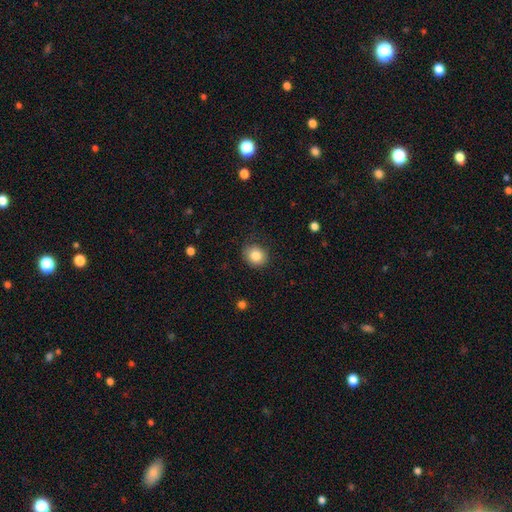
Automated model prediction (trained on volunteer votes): smooth-or-featured: smooth: 84% | star or artifact: 9% | featured or disk: 7%
  how-rounded: round: 73% | in between: 26% | cigar-shaped: 1%
  merging: none: 85% | minor disturbance: 11% | major disturbance: 3% | merger: 1%